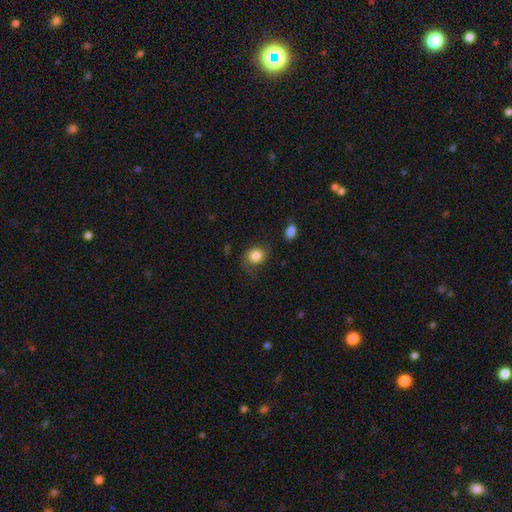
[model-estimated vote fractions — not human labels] The model was most divided on "merging": none: 57%, minor disturbance: 25%, major disturbance: 14%, merger: 3%. More confident: smooth or featured — smooth (79%); how rounded — round (67%).